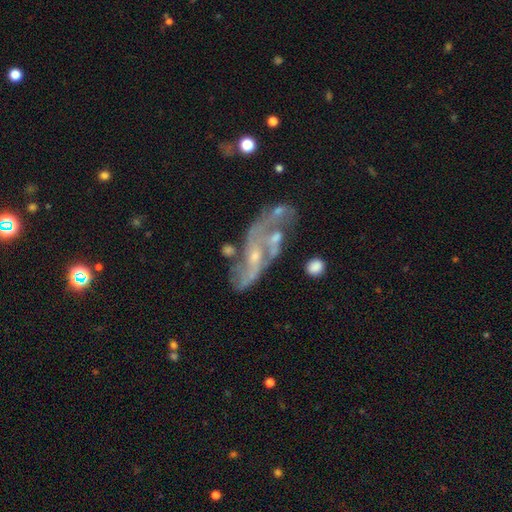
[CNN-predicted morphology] Q: Smooth or featured?
A: featured or disk (78%); runner-up: smooth (12%)
Q: Edge-on disk?
A: no (90%); runner-up: yes (10%)
Q: Bar?
A: no (59%); runner-up: weak (31%)
Q: Spiral arms?
A: yes (76%); runner-up: no (24%)
Q: Spiral winding?
A: loose (44%); runner-up: medium (36%)
Q: Spiral arm count?
A: 2 (48%); runner-up: can't tell (28%)
Q: Bulge size?
A: small (65%); runner-up: moderate (23%)
Q: Merging?
A: none (41%); runner-up: major disturbance (21%)